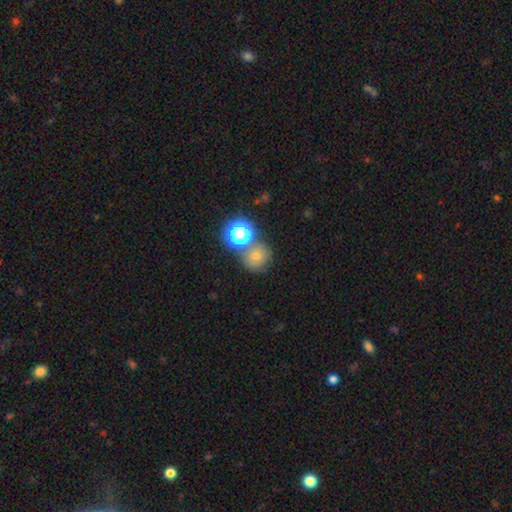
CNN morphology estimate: type=smooth (61%); roundness=round (85%); merging=none (66%).